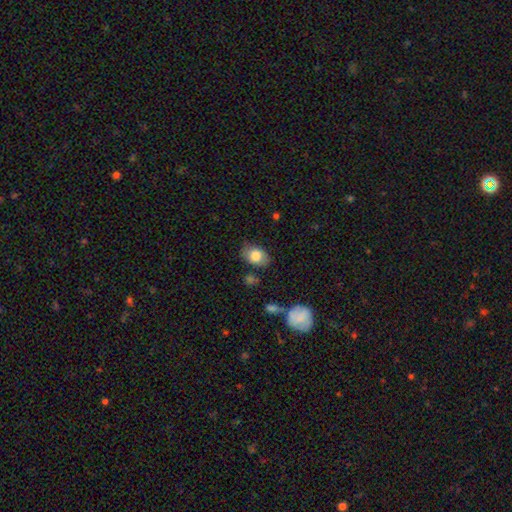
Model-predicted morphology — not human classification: smooth_or_featured: smooth (p=0.79) [alt: featured or disk p=0.14]
how_rounded: in between (p=0.79) [alt: round p=0.20]
merging: none (p=0.75) [alt: minor disturbance p=0.18]